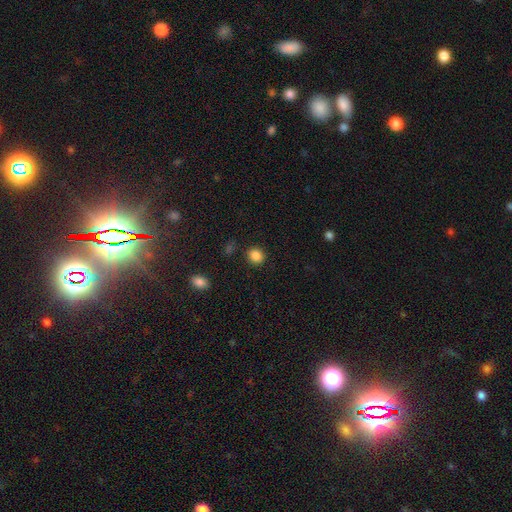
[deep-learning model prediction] This is clearly a smooth galaxy (86%). How rounded: likely round (78%). Merging: clearly none (88%).